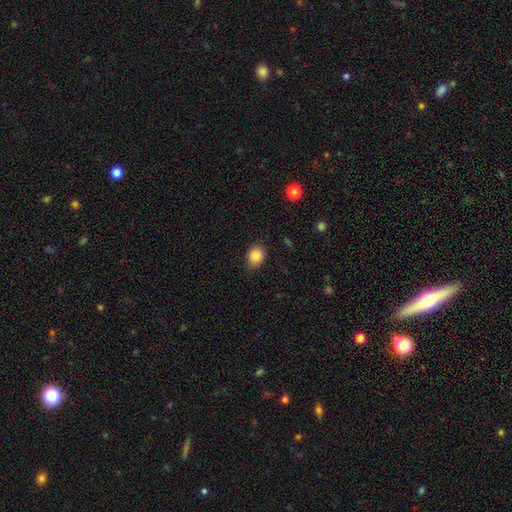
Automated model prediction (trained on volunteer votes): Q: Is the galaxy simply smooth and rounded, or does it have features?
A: smooth — 86%.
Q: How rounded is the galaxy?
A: round — 61%.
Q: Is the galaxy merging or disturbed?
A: none — 74%.